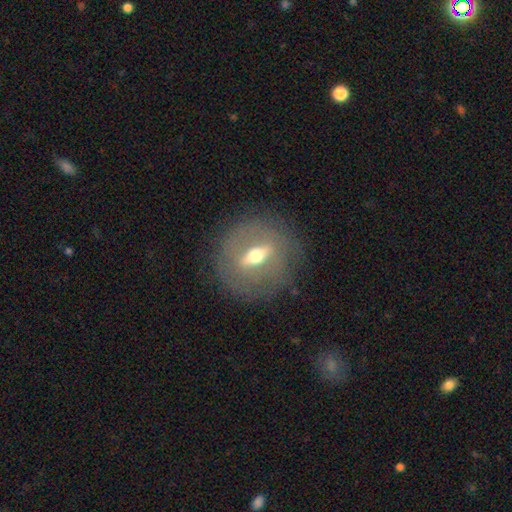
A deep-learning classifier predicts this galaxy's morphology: Smooth or featured?
  - featured or disk: 71% *
  - smooth: 22%
  - star or artifact: 8%
Edge-on disk?
  - no: 62% *
  - yes: 38%
Merging?
  - none: 83% *
  - minor disturbance: 10%
  - major disturbance: 6%
  - merger: 1%